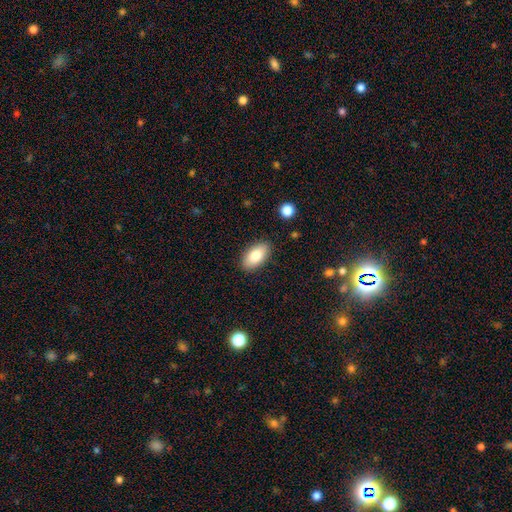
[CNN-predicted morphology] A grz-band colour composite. It shows a smooth galaxy with no disk features (81%) that is in between round and cigar-shaped (94%). Merging: none (87%).